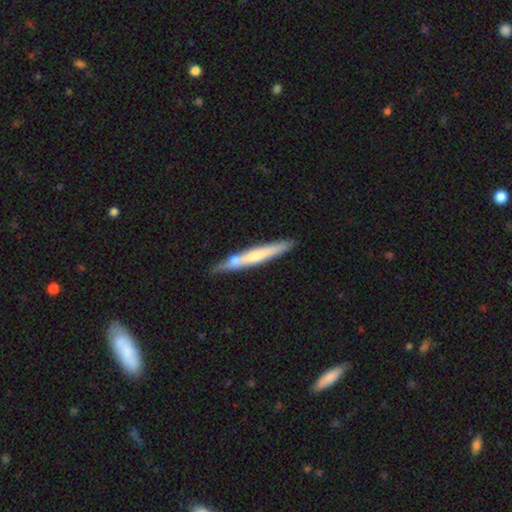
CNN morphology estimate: A smooth galaxy with no disk features (49%). Merging: none (73%).